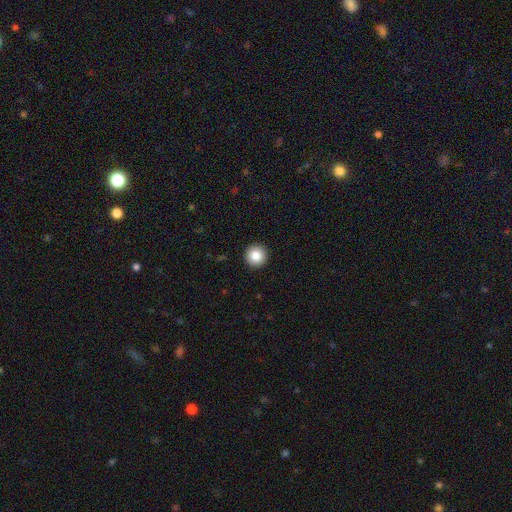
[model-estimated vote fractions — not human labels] A smooth galaxy with no disk features (86%) that is round (96%).

Vote fractions:
- Smooth or featured? smooth: 86% / star or artifact: 9% / featured or disk: 5%
- How rounded? round: 96% / in between: 3% / cigar-shaped: 1%
- Merging? none: 94% / minor disturbance: 4% / major disturbance: 1% / merger: 1%